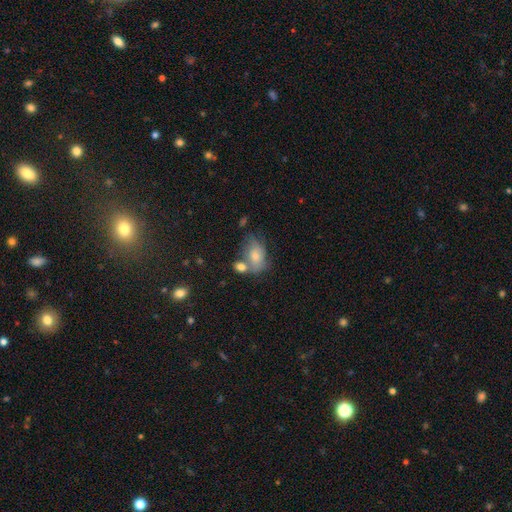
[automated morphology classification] Smooth or featured? smooth (69%)
How rounded? in between (79%)
Merging? none (35%)